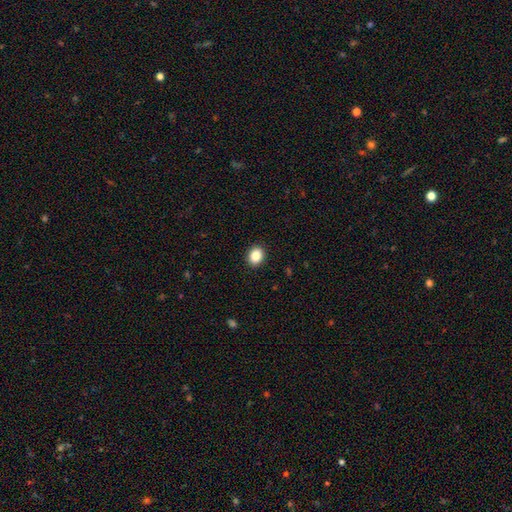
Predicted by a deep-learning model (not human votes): Smooth or featured?
  - smooth: 87% *
  - star or artifact: 9%
  - featured or disk: 4%
How rounded?
  - in between: 54% *
  - round: 45%
  - cigar-shaped: 1%
Merging?
  - none: 91% *
  - minor disturbance: 6%
  - major disturbance: 2%
  - merger: 1%